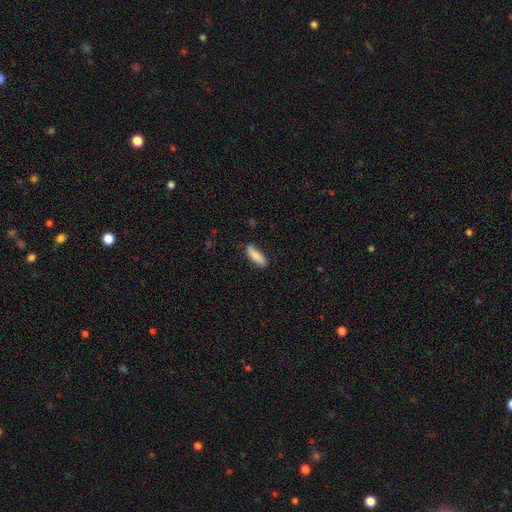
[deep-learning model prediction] Smooth or featured? Predicted: smooth (p=0.85). How rounded? Predicted: cigar-shaped (p=0.53). Merging? Predicted: none (p=0.74).